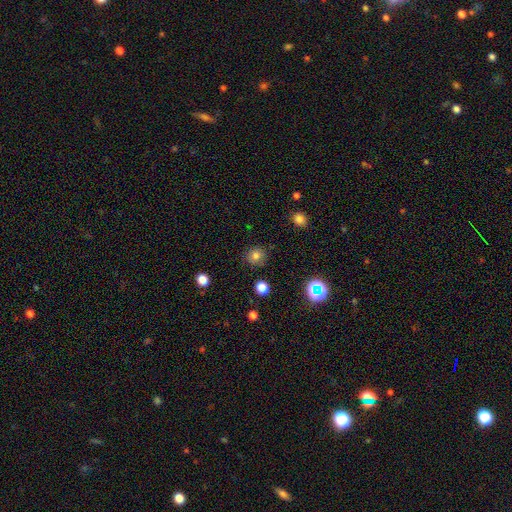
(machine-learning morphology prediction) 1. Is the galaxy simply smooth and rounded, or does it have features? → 77% smooth, 16% star or artifact, 7% featured or disk.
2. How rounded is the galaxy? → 88% round, 11% in between, 1% cigar-shaped.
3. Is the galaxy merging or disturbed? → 87% none, 9% minor disturbance, 3% major disturbance, 2% merger.